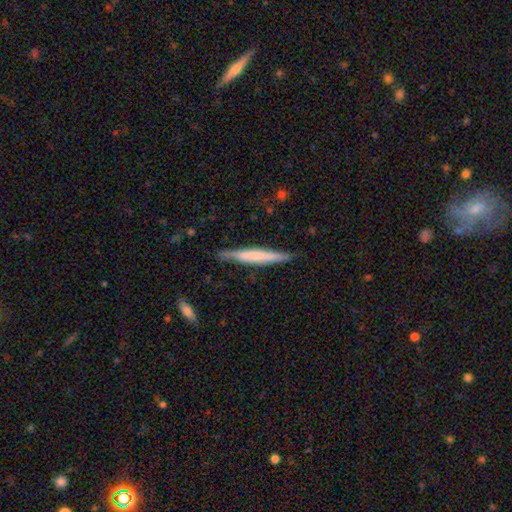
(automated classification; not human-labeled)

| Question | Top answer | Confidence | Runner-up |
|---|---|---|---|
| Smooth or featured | smooth | 55% | featured or disk (39%) |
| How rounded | cigar-shaped | 95% | in between (3%) |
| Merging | none | 85% | minor disturbance (11%) |